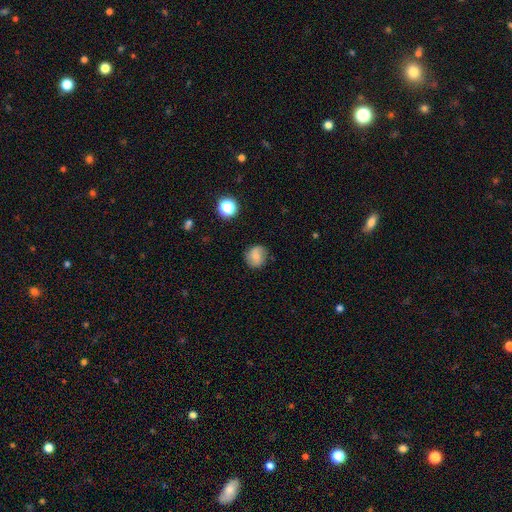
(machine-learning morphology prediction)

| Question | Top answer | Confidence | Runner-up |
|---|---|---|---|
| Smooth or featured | smooth | 66% | featured or disk (24%) |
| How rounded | round | 86% | in between (13%) |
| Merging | none | 80% | minor disturbance (14%) |